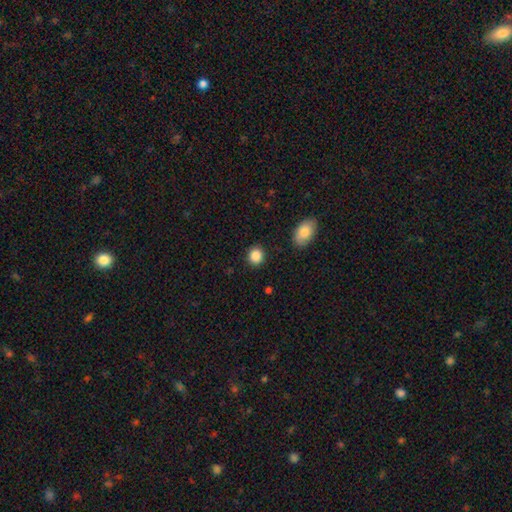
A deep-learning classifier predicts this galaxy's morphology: Smooth or featured?
  - smooth: 88% *
  - star or artifact: 9%
  - featured or disk: 3%
How rounded?
  - round: 77% *
  - in between: 22%
  - cigar-shaped: 1%
Merging?
  - none: 88% *
  - minor disturbance: 8%
  - major disturbance: 2%
  - merger: 2%